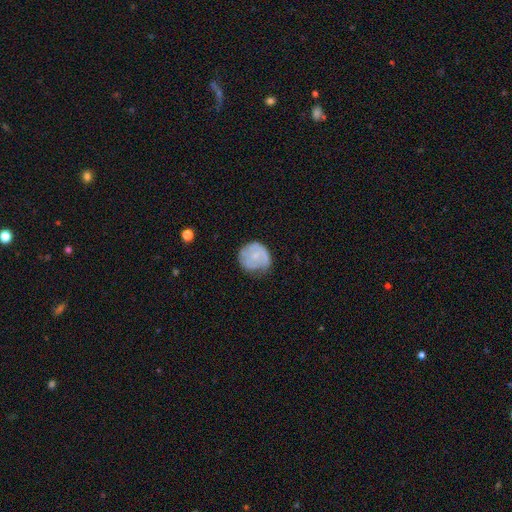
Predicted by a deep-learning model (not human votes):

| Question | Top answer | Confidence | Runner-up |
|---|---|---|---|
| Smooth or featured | smooth | 54% | featured or disk (39%) |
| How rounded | round | 86% | in between (13%) |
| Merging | none | 60% | minor disturbance (28%) |